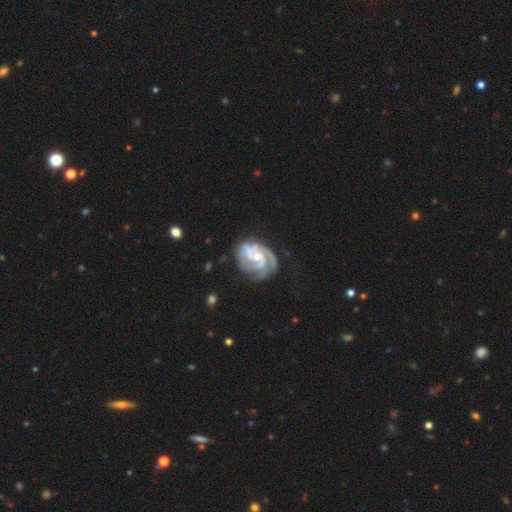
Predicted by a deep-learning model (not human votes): This appears to be a featured or disk galaxy (89%) with no bar (56%), 3 (47%) tight (55%) spiral arms (97%) and a small central bulge (46%). Merging: none (62%).